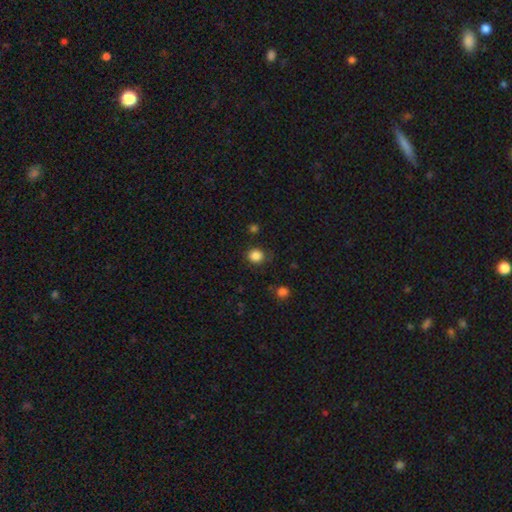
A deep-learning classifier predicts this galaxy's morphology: smooth-or-featured: smooth: 85% | star or artifact: 11% | featured or disk: 4%
  how-rounded: round: 84% | in between: 15% | cigar-shaped: 1%
  merging: none: 82% | minor disturbance: 12% | major disturbance: 4% | merger: 2%